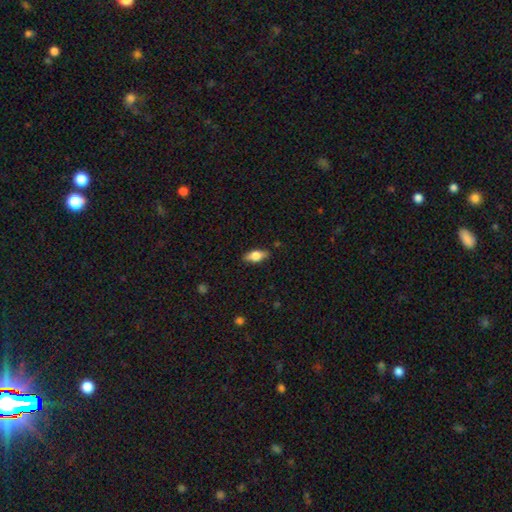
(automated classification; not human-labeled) smooth-or-featured: smooth: 69% | featured or disk: 24% | star or artifact: 7%
  how-rounded: in between: 81% | cigar-shaped: 15% | round: 4%
  merging: none: 85% | minor disturbance: 11% | major disturbance: 2% | merger: 1%